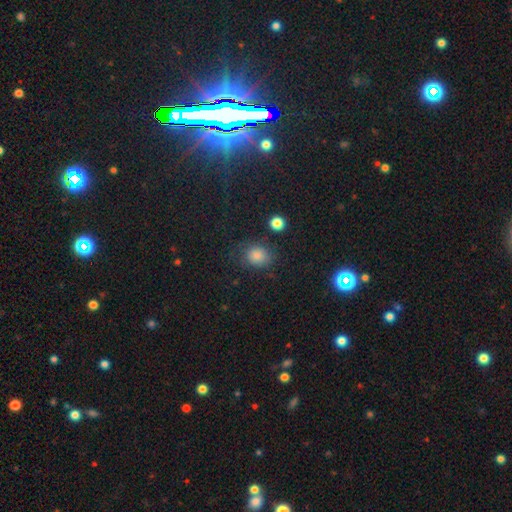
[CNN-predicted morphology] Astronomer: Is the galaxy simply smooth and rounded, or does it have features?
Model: smooth — 63%.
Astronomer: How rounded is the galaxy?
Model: round — 65%.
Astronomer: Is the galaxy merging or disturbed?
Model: none — 83%.